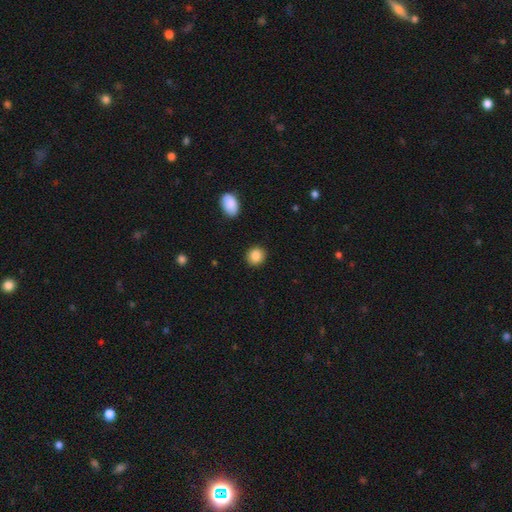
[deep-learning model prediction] Smooth or featured? Predicted: smooth (p=0.87). How rounded? Predicted: round (p=0.81). Merging? Predicted: none (p=0.90).